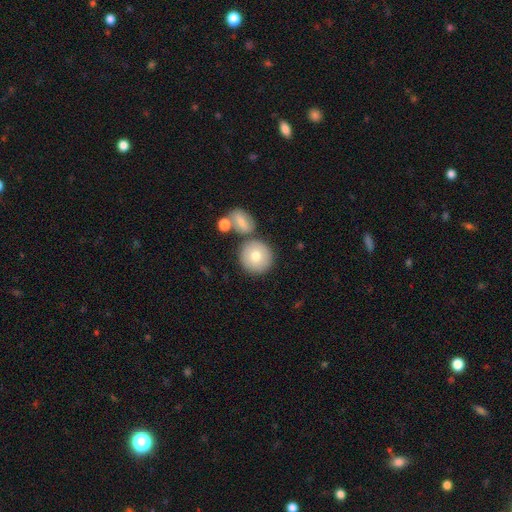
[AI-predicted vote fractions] Smooth or featured: smooth — 75% (featured or disk — 17%)
How rounded: round — 94% (in between — 5%)
Merging: none — 72% (merger — 17%)